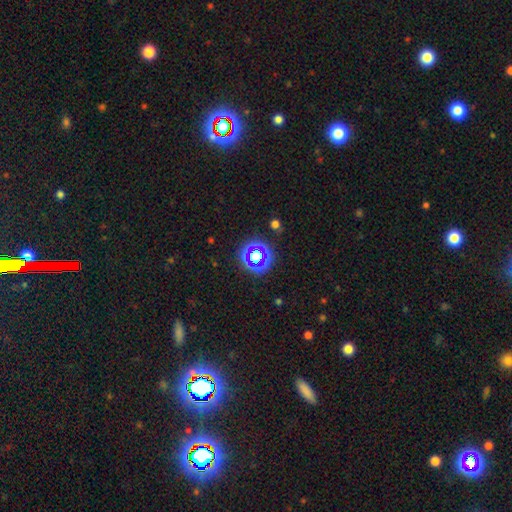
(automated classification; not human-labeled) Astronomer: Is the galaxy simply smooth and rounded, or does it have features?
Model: star or artifact — 57%.